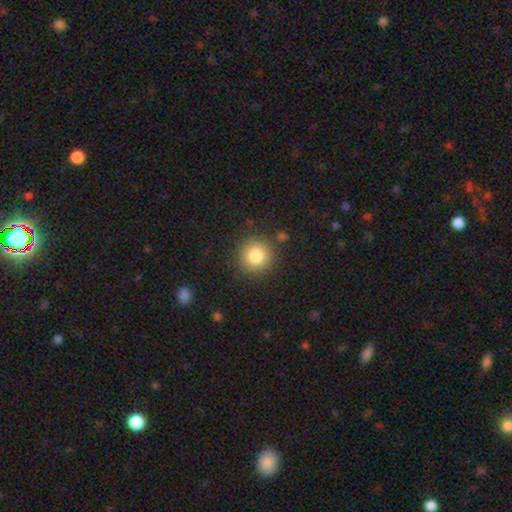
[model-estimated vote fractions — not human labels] The model was most divided on "smooth or featured": smooth: 83%, star or artifact: 10%, featured or disk: 7%. More confident: how rounded — round (94%); merging — none (88%).